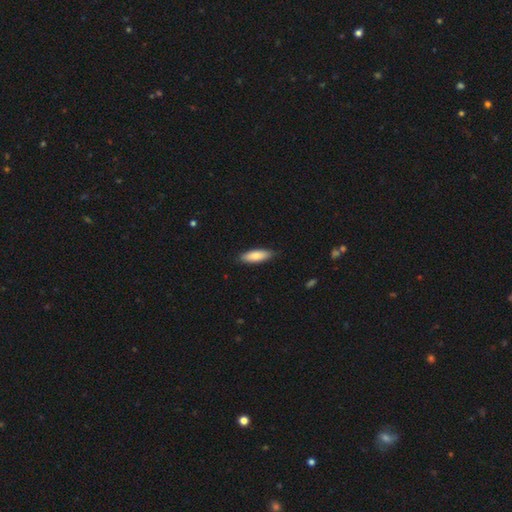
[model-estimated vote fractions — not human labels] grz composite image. It shows a smooth galaxy with no disk features (81%) that is in between round and cigar-shaped (59%). Merging: none (86%).